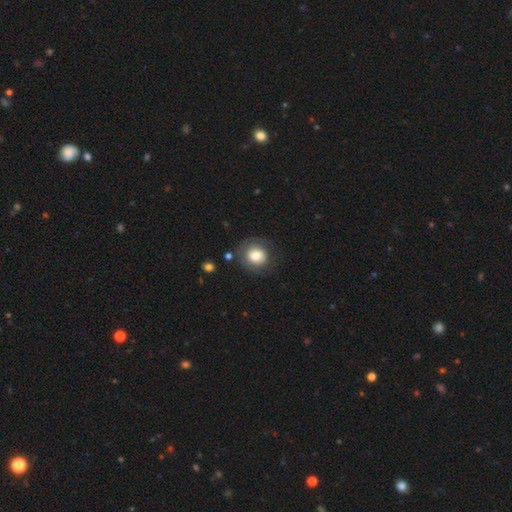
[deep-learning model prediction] Overall: smooth (75%). How rounded: round (80%). Merging: none (72%).